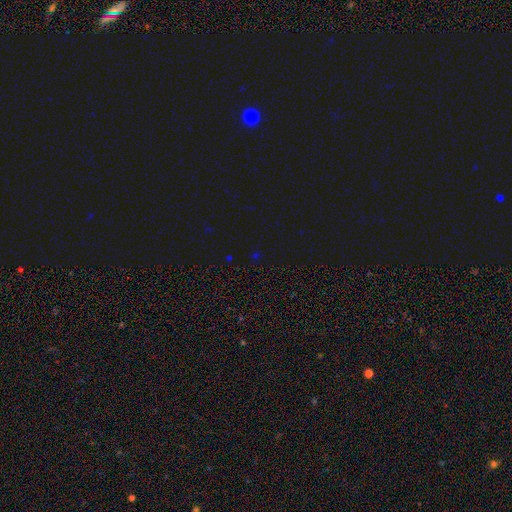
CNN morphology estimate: This is likely a star or artifact rather than a galaxy (70%).